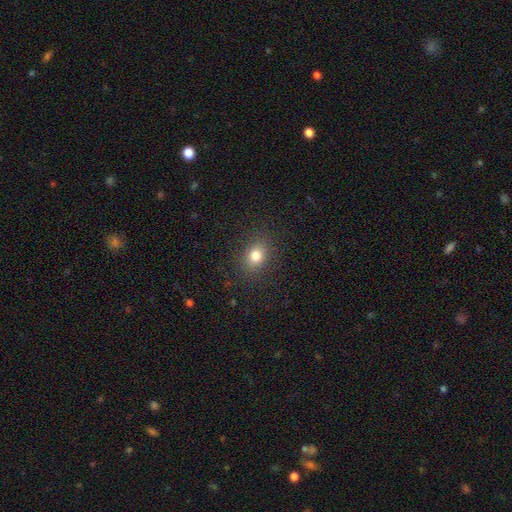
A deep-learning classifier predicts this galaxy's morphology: Smooth or featured? smooth (79%)
How rounded? in between (53%)
Merging? none (87%)